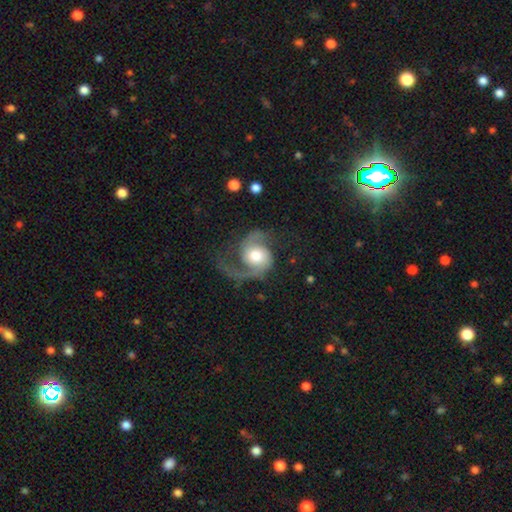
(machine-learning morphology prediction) This appears to be a featured or disk galaxy (85%) with no bar (67%), 2 (85%) medium (46%) spiral arms (97%) and a moderate central bulge (60%). Merging: none (59%).